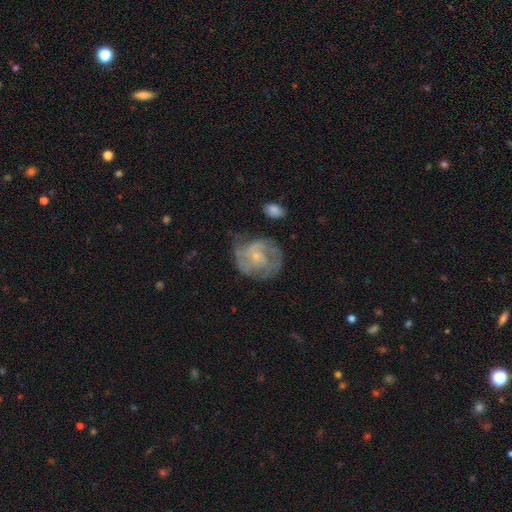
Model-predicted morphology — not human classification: featured or disk 79%, smooth 15%, star or artifact 6%. Down the decision tree: edge-on disk — no (98%); bar — no (65%); spiral arms — yes (91%); spiral arm count — 2 (37%); spiral winding — tight (48%); bulge size — small (75%); merging — none (57%).